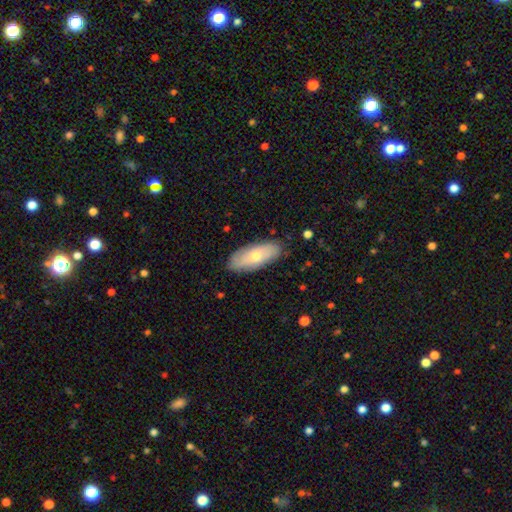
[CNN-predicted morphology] This appears to be a smooth galaxy with no disk features (56%) that is in between round and cigar-shaped (83%). Merging: none (85%).